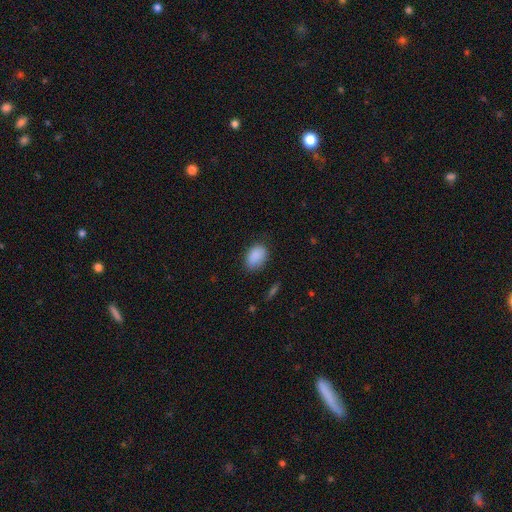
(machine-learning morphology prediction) Smooth or featured? smooth (89%)
How rounded? in between (84%)
Merging? none (79%)